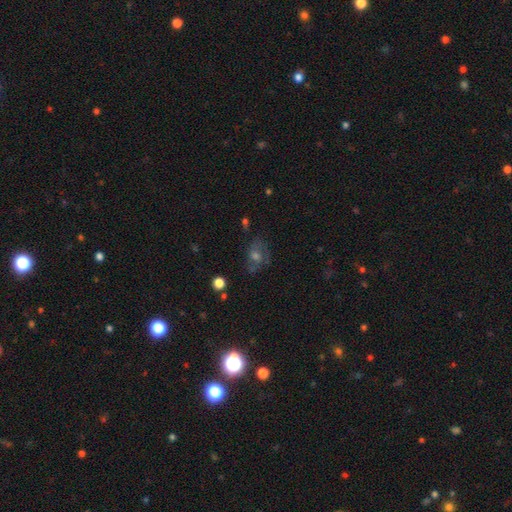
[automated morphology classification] Smooth or featured? featured or disk (44%)
Merging? none (68%)